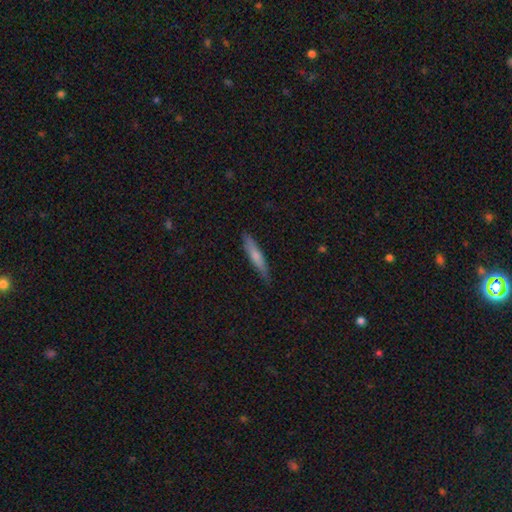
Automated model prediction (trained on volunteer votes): A smooth galaxy with no disk features (67%) that is cigar-shaped (90%).

Vote fractions:
- Smooth or featured? smooth: 67% / featured or disk: 27% / star or artifact: 6%
- How rounded? cigar-shaped: 90% / in between: 8% / round: 1%
- Merging? none: 86% / minor disturbance: 11% / major disturbance: 2% / merger: 1%